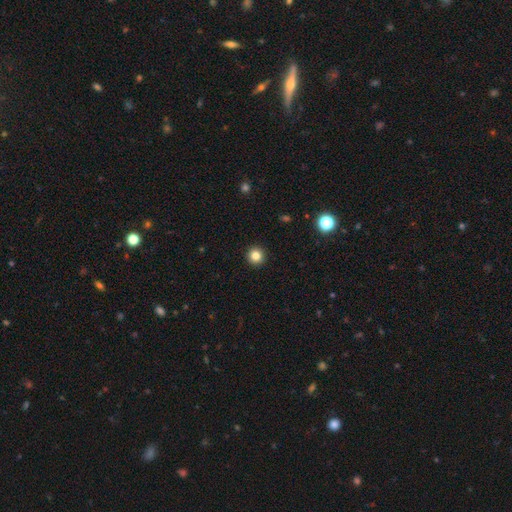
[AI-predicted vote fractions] A smooth galaxy with no disk features (84%) that is round (96%).

Vote fractions:
- Smooth or featured? smooth: 84% / star or artifact: 12% / featured or disk: 5%
- How rounded? round: 96% / in between: 3% / cigar-shaped: 1%
- Merging? none: 94% / minor disturbance: 4% / major disturbance: 1% / merger: 1%